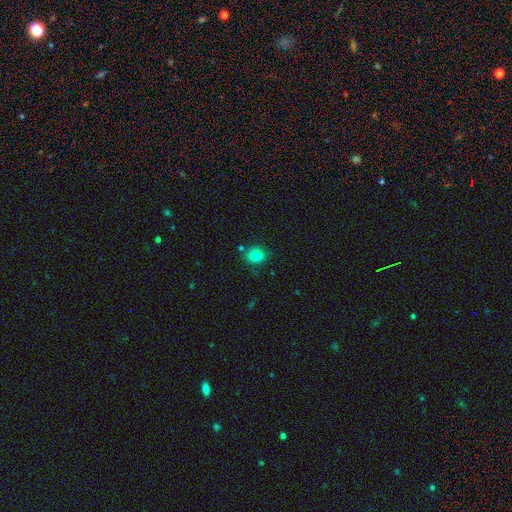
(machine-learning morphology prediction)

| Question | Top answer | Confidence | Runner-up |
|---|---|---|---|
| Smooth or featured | smooth | 83% | star or artifact (11%) |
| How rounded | round | 59% | in between (40%) |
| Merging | none | 76% | minor disturbance (14%) |